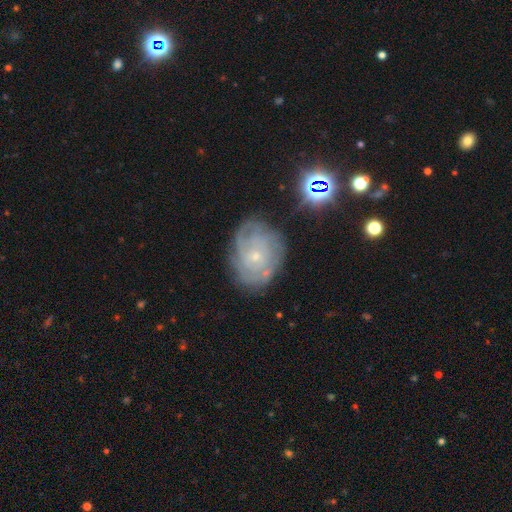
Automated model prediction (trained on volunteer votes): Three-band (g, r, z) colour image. It shows a featured or disk galaxy (71%) with no bar (81%), tight (66%) spiral arms (84%) and a small central bulge (81%). Merging: none (68%).